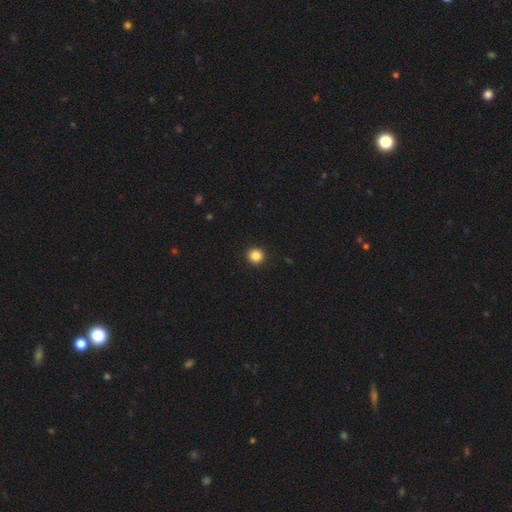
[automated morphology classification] Smooth or featured?
  - smooth: 86% *
  - star or artifact: 11%
  - featured or disk: 3%
How rounded?
  - round: 94% *
  - in between: 5%
  - cigar-shaped: 1%
Merging?
  - none: 93% *
  - minor disturbance: 4%
  - major disturbance: 2%
  - merger: 1%